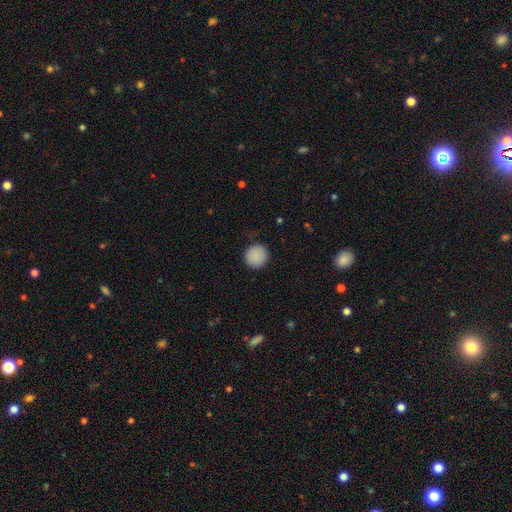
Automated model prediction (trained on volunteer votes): Smooth or featured? Predicted: smooth (p=0.89). How rounded? Predicted: round (p=0.94). Merging? Predicted: none (p=0.88).